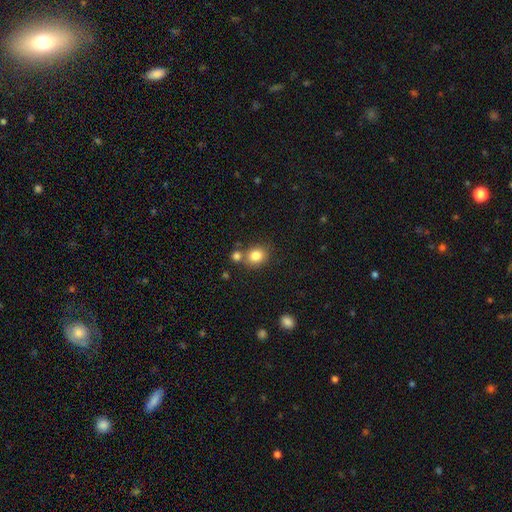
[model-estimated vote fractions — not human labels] Smooth or featured? smooth (83%)
How rounded? round (69%)
Merging? none (63%)